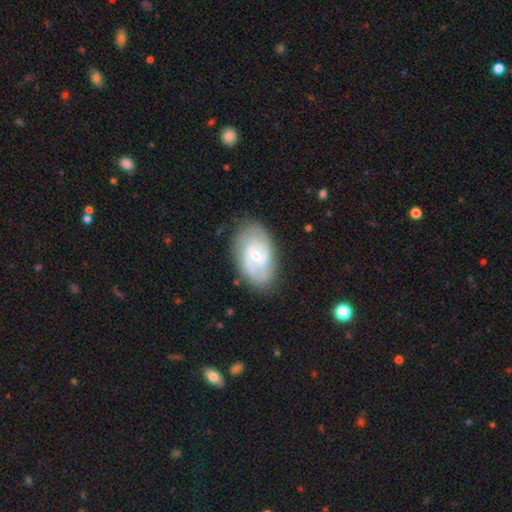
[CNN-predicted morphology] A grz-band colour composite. It shows a featured or disk galaxy (78%) with a weak bar (45%), 2 (59%) tight (52%) spiral arms (86%) and a small central bulge (52%). Merging: none (79%).